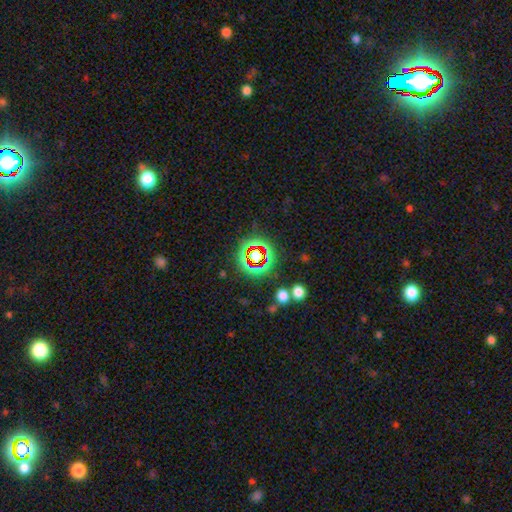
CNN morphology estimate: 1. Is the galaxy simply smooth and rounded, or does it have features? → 65% star or artifact, 24% smooth, 11% featured or disk.